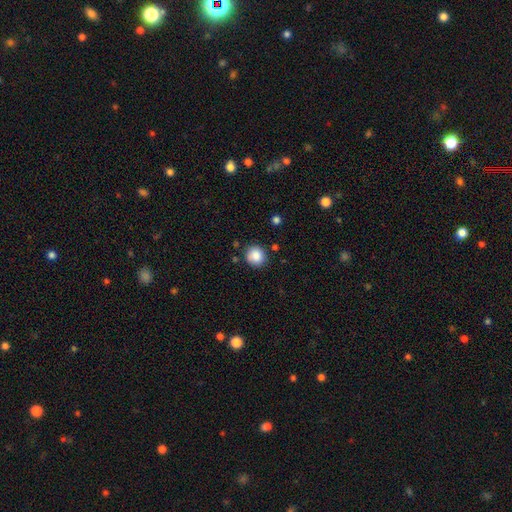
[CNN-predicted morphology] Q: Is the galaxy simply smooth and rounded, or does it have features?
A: smooth — 86%.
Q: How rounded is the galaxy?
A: round — 90%.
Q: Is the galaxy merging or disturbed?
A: none — 85%.